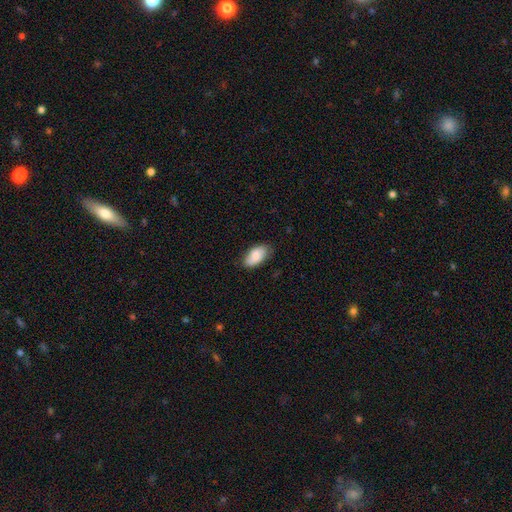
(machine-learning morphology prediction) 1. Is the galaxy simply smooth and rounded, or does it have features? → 82% smooth, 12% featured or disk, 7% star or artifact.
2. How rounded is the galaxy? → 94% in between, 3% cigar-shaped, 3% round.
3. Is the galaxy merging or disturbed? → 77% none, 19% minor disturbance, 3% major disturbance, 1% merger.